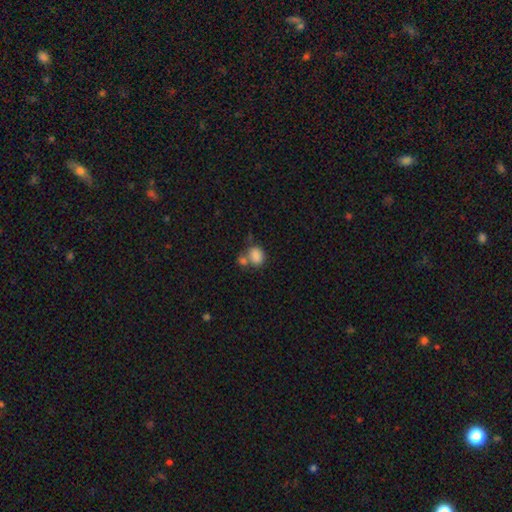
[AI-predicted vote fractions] A smooth galaxy with no disk features (84%) that is in between round and cigar-shaped (56%). Merging: none (44%).